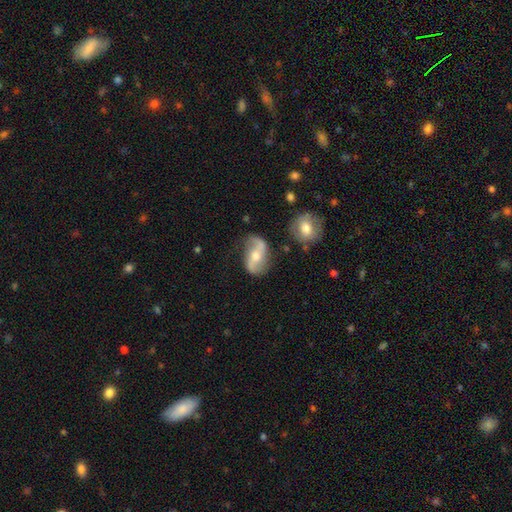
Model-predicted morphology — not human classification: A featured or disk galaxy (78%) with no bar (42%), 2 (90%) loose (72%) spiral arms (92%) and a moderate central bulge (63%). Merging: none (68%).